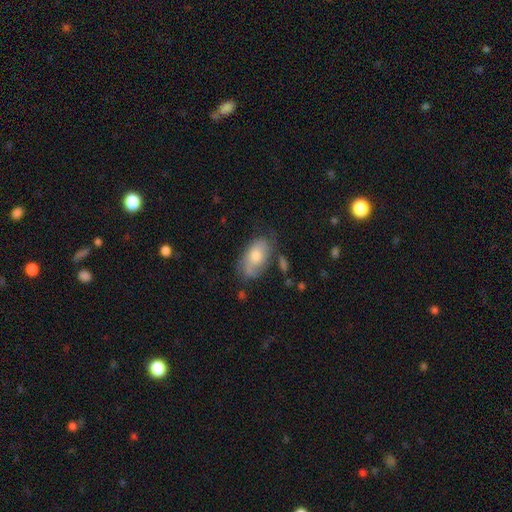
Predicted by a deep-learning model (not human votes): This appears to be a smooth galaxy with no disk features (58%) that is in between round and cigar-shaped (91%). Merging: none (59%).